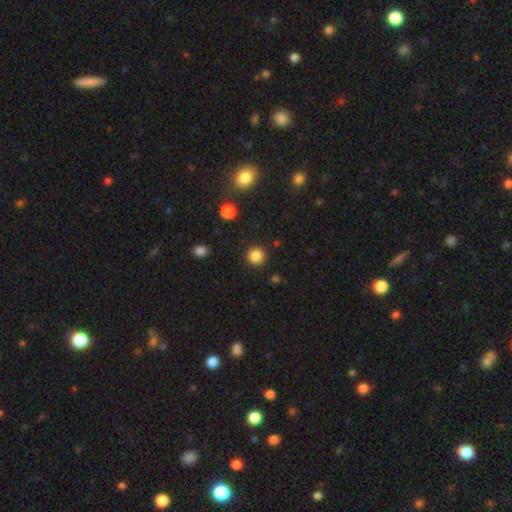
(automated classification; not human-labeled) smooth-or-featured: smooth: 85% | star or artifact: 11% | featured or disk: 4%
  how-rounded: round: 94% | in between: 5% | cigar-shaped: 1%
  merging: none: 91% | minor disturbance: 5% | major disturbance: 2% | merger: 2%